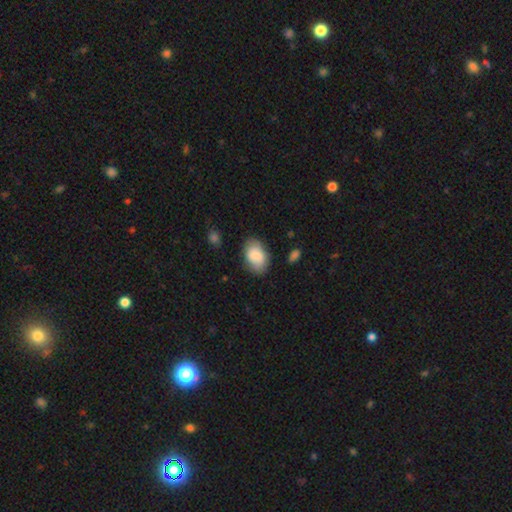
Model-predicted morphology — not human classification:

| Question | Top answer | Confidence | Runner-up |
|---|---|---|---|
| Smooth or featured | smooth | 73% | featured or disk (20%) |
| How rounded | in between | 86% | round (12%) |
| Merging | none | 75% | minor disturbance (18%) |